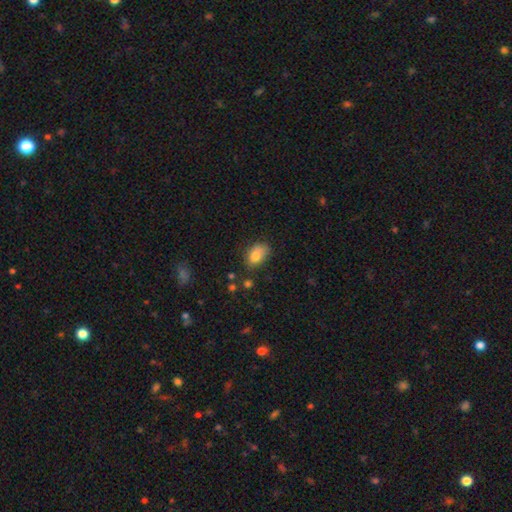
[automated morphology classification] Q: Smooth or featured?
A: smooth (80%); runner-up: featured or disk (11%)
Q: How rounded?
A: in between (83%); runner-up: round (16%)
Q: Merging?
A: none (56%); runner-up: minor disturbance (30%)